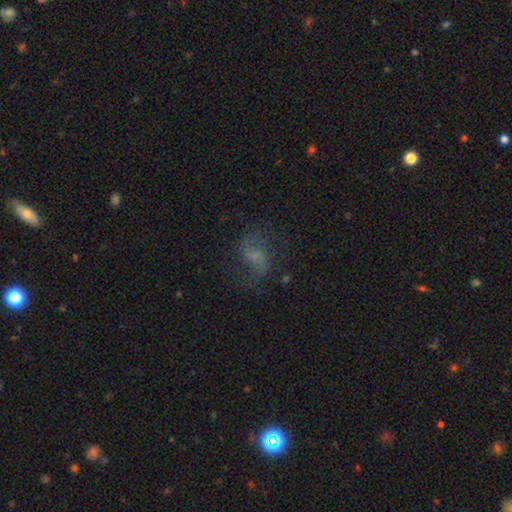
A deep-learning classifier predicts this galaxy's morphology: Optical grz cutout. It shows a featured or disk galaxy (61%) with a weak bar (46%), 2 (87%) loose (65%) spiral arms (86%) and a small central bulge (39%). Merging: none (64%).